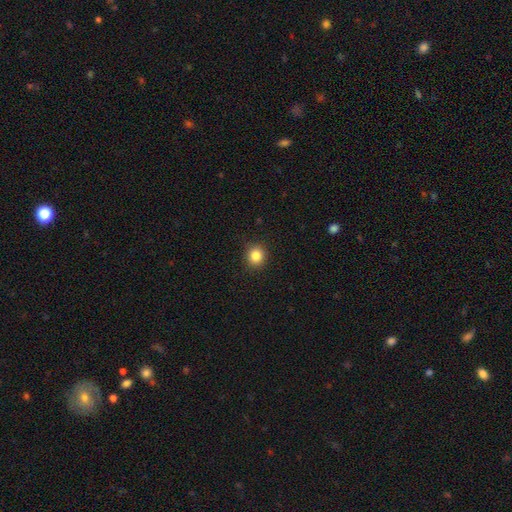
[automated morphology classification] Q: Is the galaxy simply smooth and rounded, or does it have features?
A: smooth — 84%.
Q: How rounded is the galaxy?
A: round — 87%.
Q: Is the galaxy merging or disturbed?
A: none — 90%.